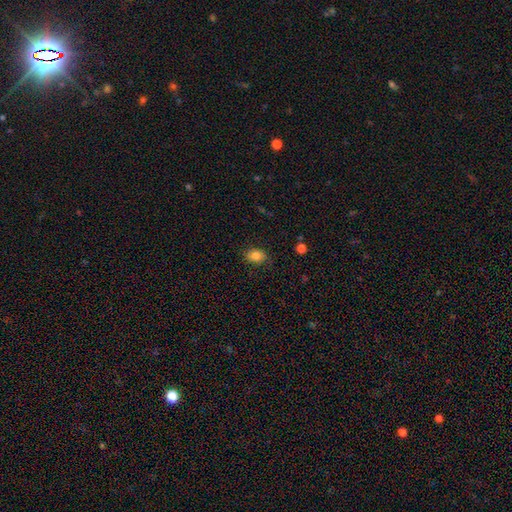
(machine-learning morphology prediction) Smooth or featured? smooth (82%)
How rounded? in between (72%)
Merging? none (82%)